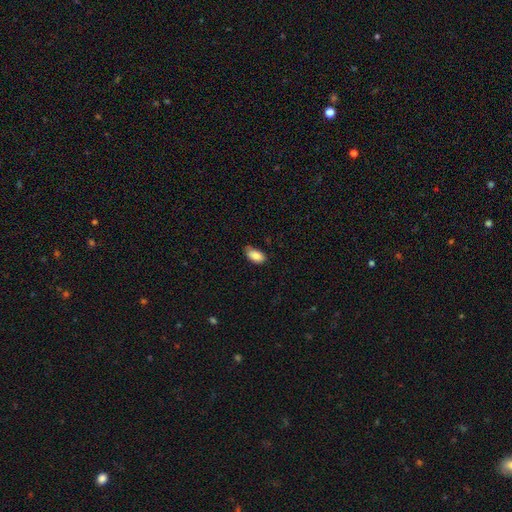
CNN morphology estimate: Smooth or featured? smooth (86%)
How rounded? in between (94%)
Merging? none (69%)